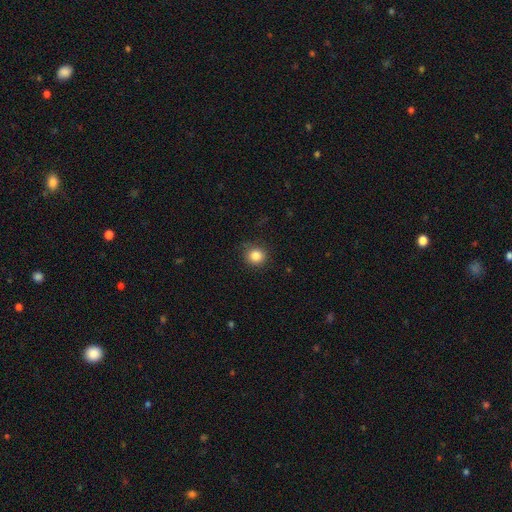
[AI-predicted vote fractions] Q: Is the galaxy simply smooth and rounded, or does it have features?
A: smooth — 85%.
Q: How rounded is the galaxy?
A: round — 88%.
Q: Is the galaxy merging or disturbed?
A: none — 85%.